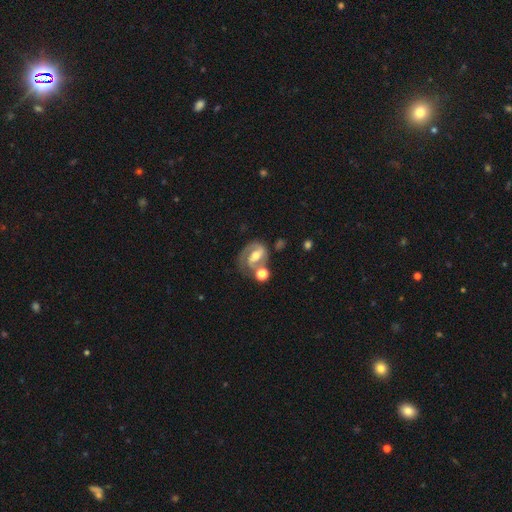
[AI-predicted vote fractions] A featured or disk galaxy (76%) with a strong bar (40%), 2 (70%) medium (47%) spiral arms (88%) and a moderate central bulge (63%).

Vote fractions:
- Smooth or featured? featured or disk: 76% / smooth: 17% / star or artifact: 7%
- Edge-on disk? no: 97% / yes: 3%
- Bar? strong: 40% / weak: 39% / no: 21%
- Spiral arms? yes: 88% / no: 12%
- Spiral winding? medium: 47% / tight: 37% / loose: 16%
- Spiral arm count? 2: 70% / 1: 19% / can't tell: 8% / 3: 2% / 4: 1% / more than 4: 1%
- Bulge size? moderate: 63% / small: 24% / large: 10% / none: 2% / dominant: 1%
- Merging? none: 50% / merger: 19% / minor disturbance: 18% / major disturbance: 13%